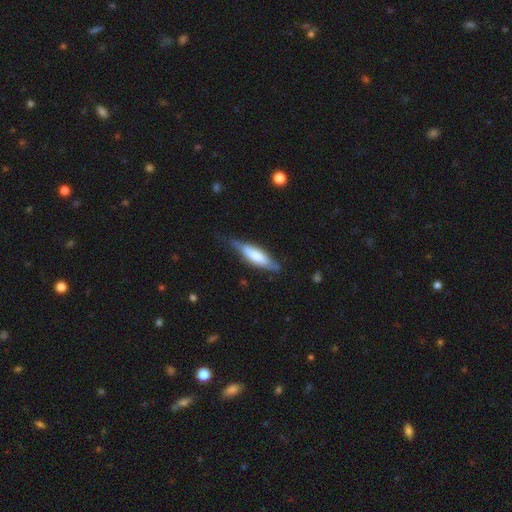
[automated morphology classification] smooth-or-featured: smooth: 58% | featured or disk: 36% | star or artifact: 5%
  how-rounded: cigar-shaped: 60% | in between: 38% | round: 1%
  merging: none: 62% | minor disturbance: 28% | major disturbance: 8% | merger: 2%